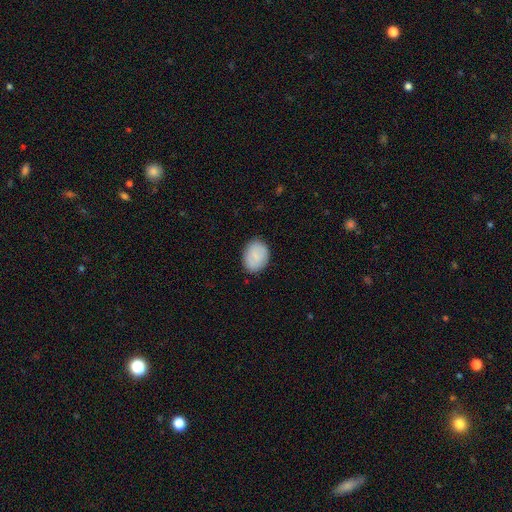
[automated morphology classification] smooth_or_featured: smooth (p=0.82) [alt: featured or disk p=0.11]
how_rounded: in between (p=0.66) [alt: round p=0.33]
merging: none (p=0.87) [alt: minor disturbance p=0.10]